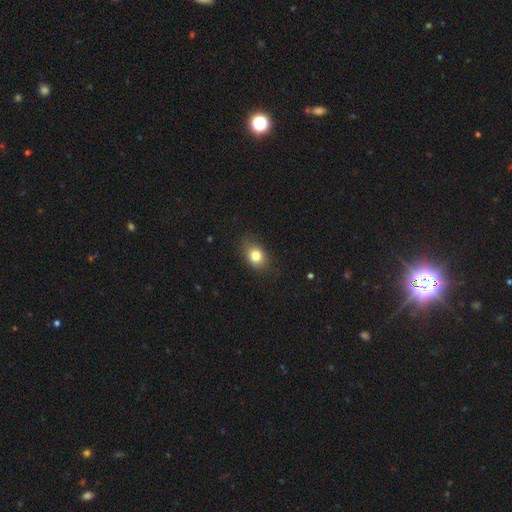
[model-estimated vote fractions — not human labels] Overall: smooth (80%). How rounded: in between (60%; round 39%). Merging: none (78%).